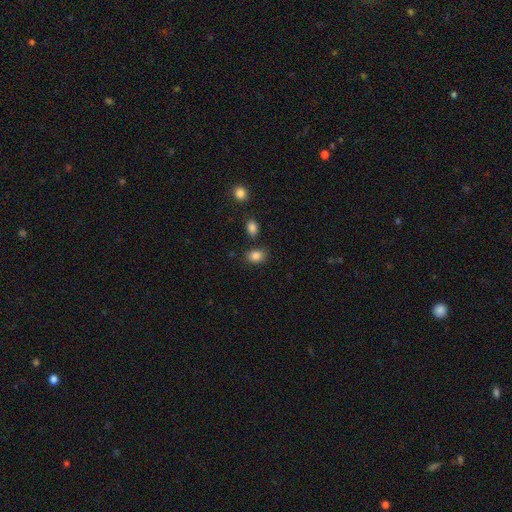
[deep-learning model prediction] This is clearly a smooth galaxy (85%). How rounded: likely in between (64%). Merging: likely none (77%).